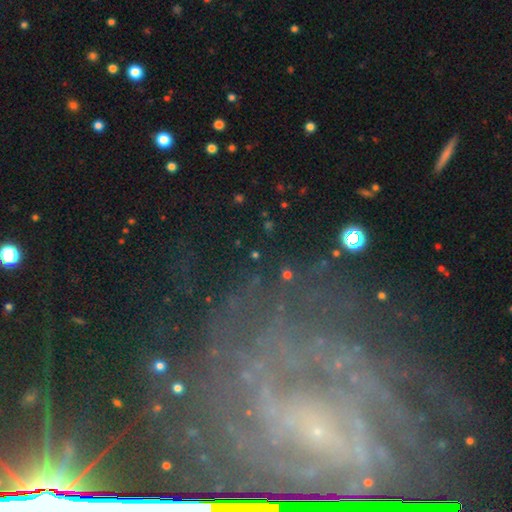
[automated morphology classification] Overall: star or artifact (48%; featured or disk 28%).